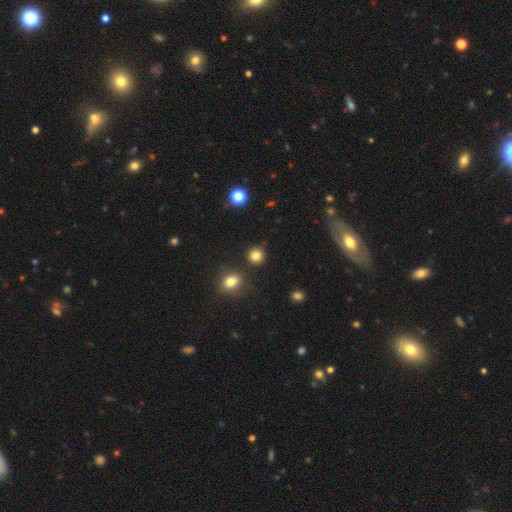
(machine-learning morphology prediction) A smooth galaxy with no disk features (83%) that is round (91%).

Vote fractions:
- Smooth or featured? smooth: 83% / star or artifact: 12% / featured or disk: 5%
- How rounded? round: 91% / in between: 8% / cigar-shaped: 1%
- Merging? none: 87% / minor disturbance: 7% / merger: 4% / major disturbance: 2%